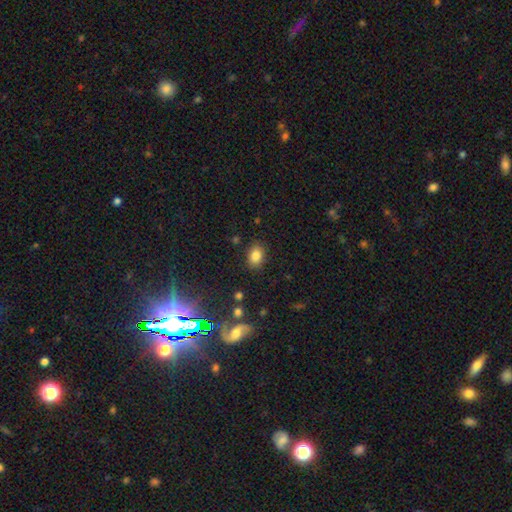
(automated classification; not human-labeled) Smooth or featured?
  - smooth: 83% *
  - star or artifact: 11%
  - featured or disk: 7%
How rounded?
  - in between: 76% *
  - round: 23%
  - cigar-shaped: 1%
Merging?
  - none: 85% *
  - minor disturbance: 10%
  - major disturbance: 3%
  - merger: 2%